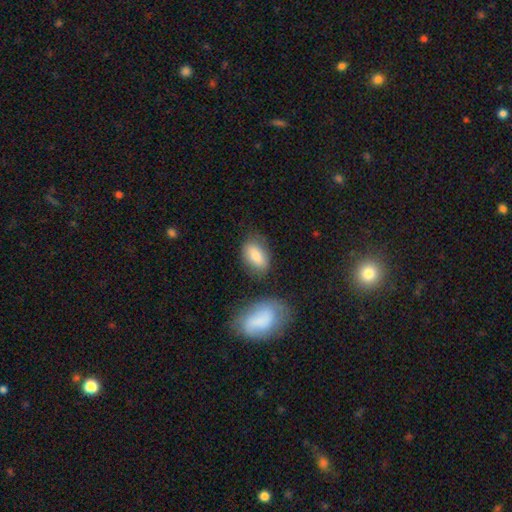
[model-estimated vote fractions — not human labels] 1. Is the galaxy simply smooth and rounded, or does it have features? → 77% smooth, 16% featured or disk, 7% star or artifact.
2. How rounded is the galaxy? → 88% in between, 9% round, 3% cigar-shaped.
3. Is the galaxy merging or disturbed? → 70% none, 16% minor disturbance, 9% merger, 5% major disturbance.